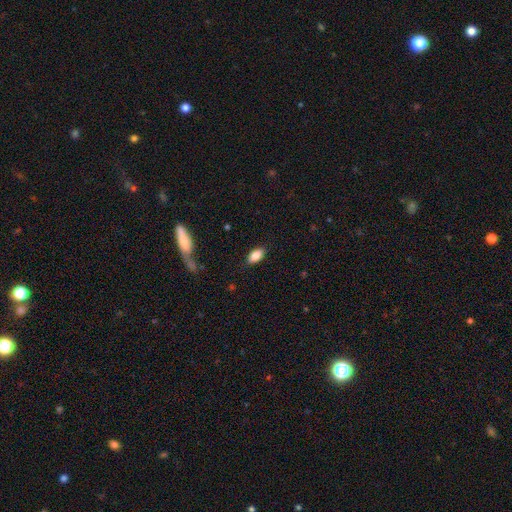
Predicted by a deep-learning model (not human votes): Smooth or featured? smooth (84%)
How rounded? in between (90%)
Merging? none (86%)